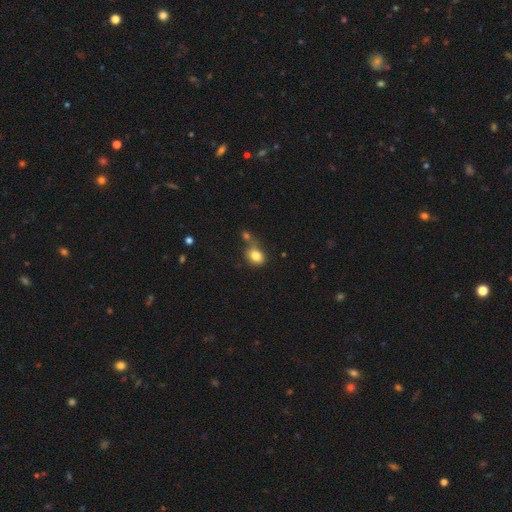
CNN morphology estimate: Smooth or featured: smooth — 82% (star or artifact — 10%)
How rounded: in between — 54% (round — 45%)
Merging: none — 50% (merger — 25%)